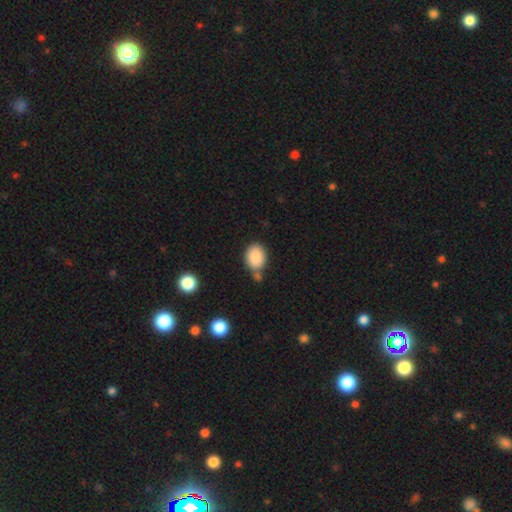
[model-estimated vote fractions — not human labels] Overall: smooth (87%). How rounded: in between (61%; round 38%). Merging: none (55%; merger 21%).